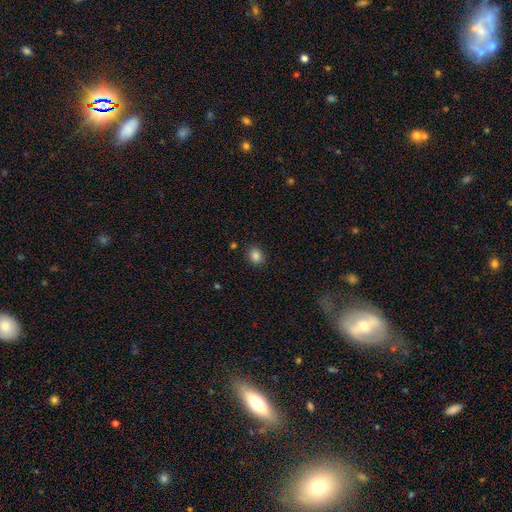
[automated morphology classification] The model was most divided on "how rounded": round: 61%, in between: 38%, cigar-shaped: 1%. More confident: merging — none (88%); smooth or featured — smooth (85%).